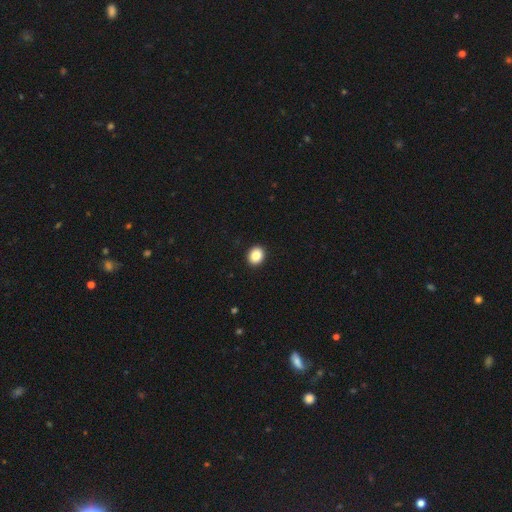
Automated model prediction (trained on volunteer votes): Morphology: type=smooth (86%); roundness=round (65%); merging=none (93%).